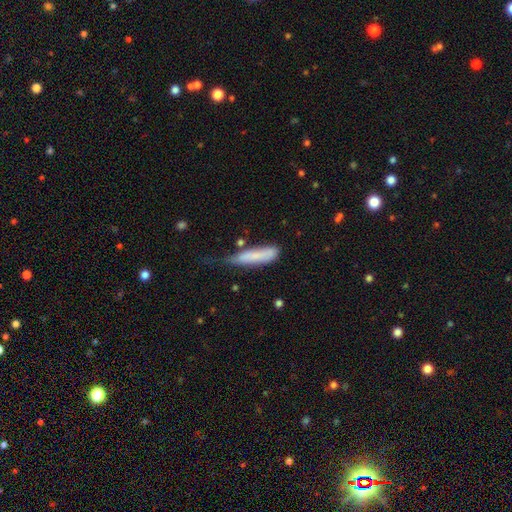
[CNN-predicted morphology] The model was most divided on "merging": none: 41%, minor disturbance: 38%, major disturbance: 15%, merger: 6%. More confident: how rounded — cigar-shaped (79%); smooth or featured — smooth (76%).